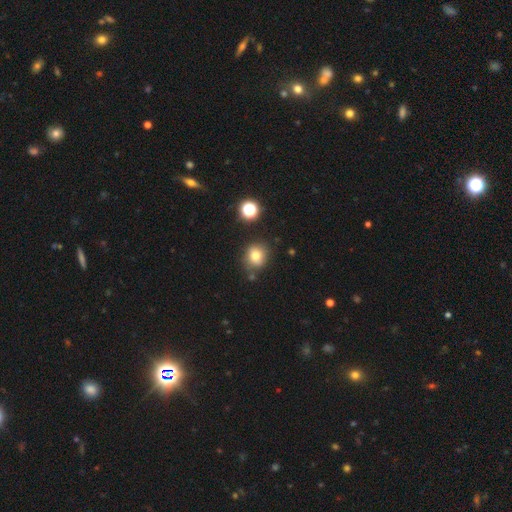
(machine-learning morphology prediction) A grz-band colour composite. It shows a smooth galaxy with no disk features (76%) that is round (81%). Merging: none (77%).